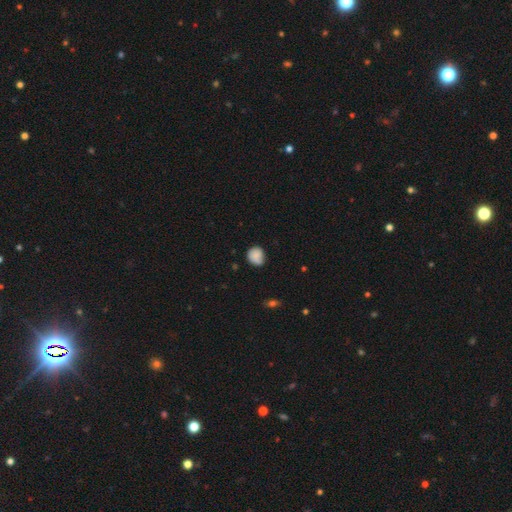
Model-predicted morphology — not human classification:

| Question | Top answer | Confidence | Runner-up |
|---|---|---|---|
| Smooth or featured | smooth | 82% | featured or disk (10%) |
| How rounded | round | 79% | in between (20%) |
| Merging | none | 65% | minor disturbance (27%) |